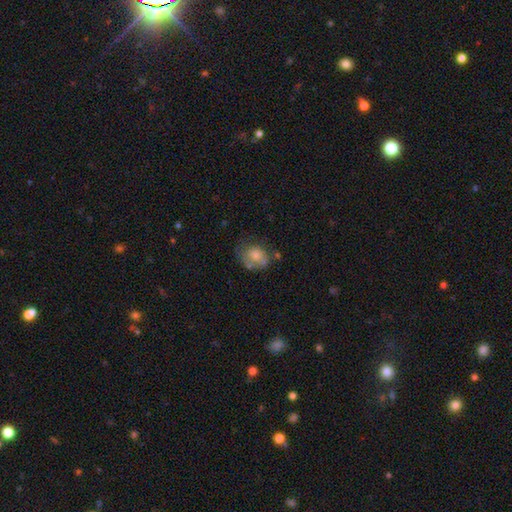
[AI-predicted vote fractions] Overall: smooth (67%). How rounded: round (52%; in between 47%). Merging: none (44%; minor disturbance 27%).